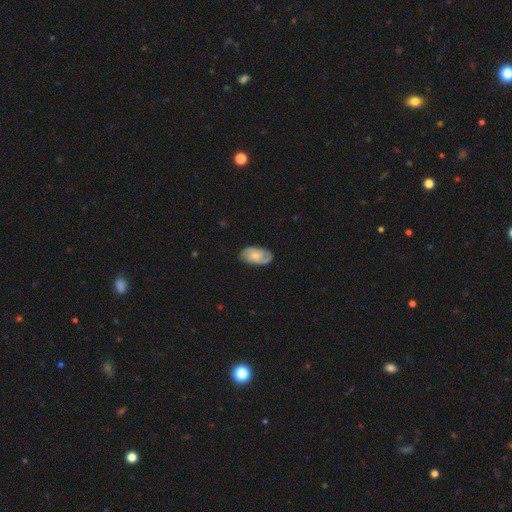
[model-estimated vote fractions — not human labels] smooth-or-featured: featured or disk: 66% | smooth: 28% | star or artifact: 6%
  disk-edge-on: no: 95% | yes: 5%
    bar: no: 66% | weak: 29% | strong: 4%
    has-spiral-arms: yes: 92% | no: 8%
      spiral-winding: tight: 50% | medium: 38% | loose: 12%
      spiral-arm-count: 2: 69% | can't tell: 16% | 3: 7% | 1: 3% | 4: 2% | more than 4: 2%
    bulge-size: small: 56% | moderate: 37% | none: 4% | large: 2% | dominant: 1%
  merging: none: 82% | minor disturbance: 14% | major disturbance: 3% | merger: 1%